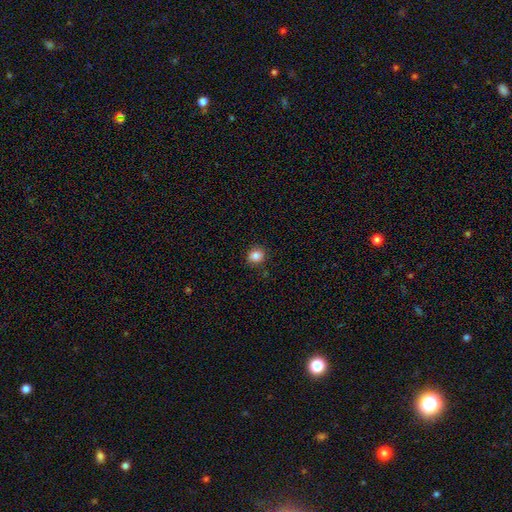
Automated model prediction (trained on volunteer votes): Smooth or featured: smooth — 84% (star or artifact — 11%)
How rounded: round — 80% (in between — 19%)
Merging: none — 88% (minor disturbance — 8%)